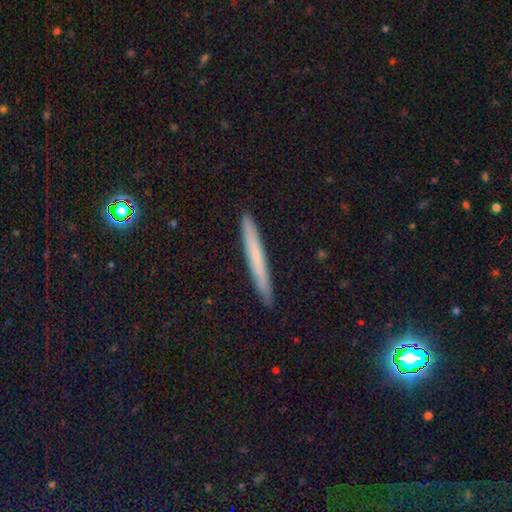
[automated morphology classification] Overall: smooth (57%; featured or disk 34%). How rounded: cigar-shaped (97%). Merging: none (91%).